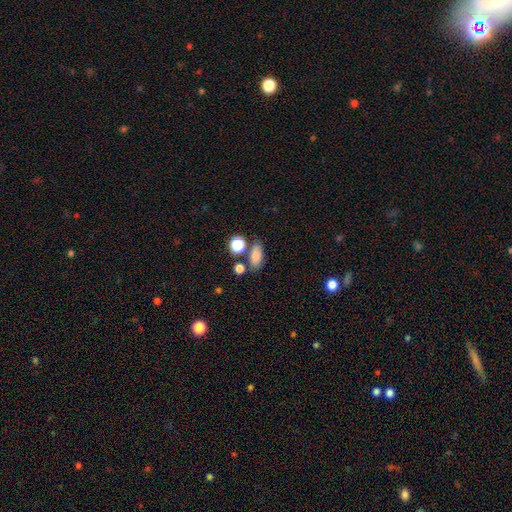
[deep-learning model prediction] The model was most divided on "merging": none: 65%, merger: 16%, minor disturbance: 14%, major disturbance: 5%. More confident: how rounded — in between (83%); smooth or featured — smooth (81%).